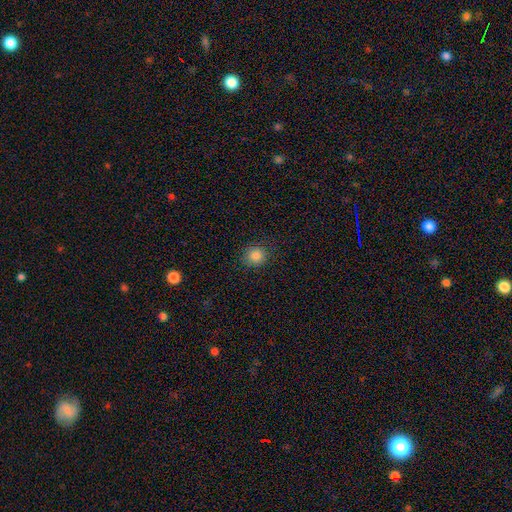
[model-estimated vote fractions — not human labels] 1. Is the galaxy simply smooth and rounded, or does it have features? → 84% smooth, 11% star or artifact, 5% featured or disk.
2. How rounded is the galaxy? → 87% round, 13% in between, 1% cigar-shaped.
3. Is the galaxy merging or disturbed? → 87% none, 9% minor disturbance, 3% major disturbance, 1% merger.